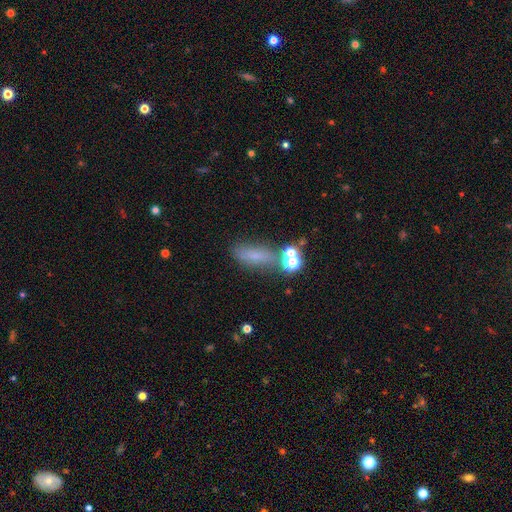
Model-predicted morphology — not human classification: smooth 62%, featured or disk 19%, star or artifact 19%. Down the decision tree: how rounded — in between (53%); merging — none (57%).